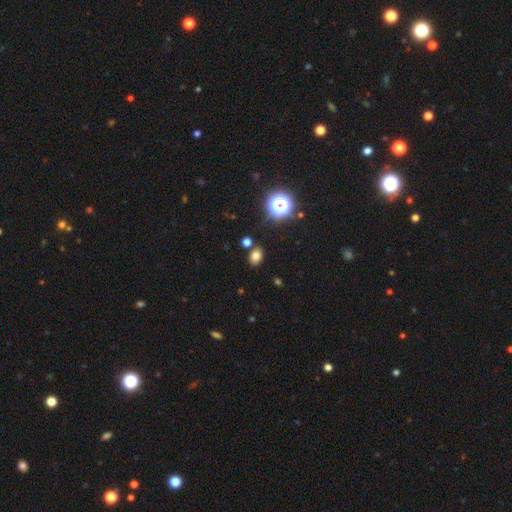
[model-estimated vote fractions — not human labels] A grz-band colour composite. It shows a smooth galaxy with no disk features (75%) that is in between round and cigar-shaped (64%). Merging: none (83%).